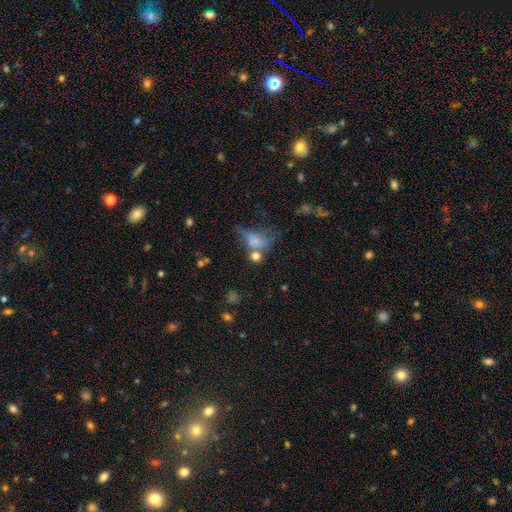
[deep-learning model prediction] This is likely a smooth galaxy (68%). How rounded: possibly round (55%). Merging: marginally none (35%).